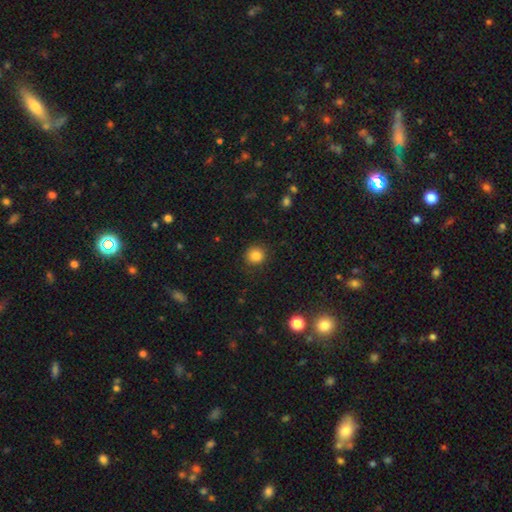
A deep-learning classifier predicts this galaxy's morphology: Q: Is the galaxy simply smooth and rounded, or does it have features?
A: smooth — 85%.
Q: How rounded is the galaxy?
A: round — 90%.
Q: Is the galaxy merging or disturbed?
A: none — 88%.